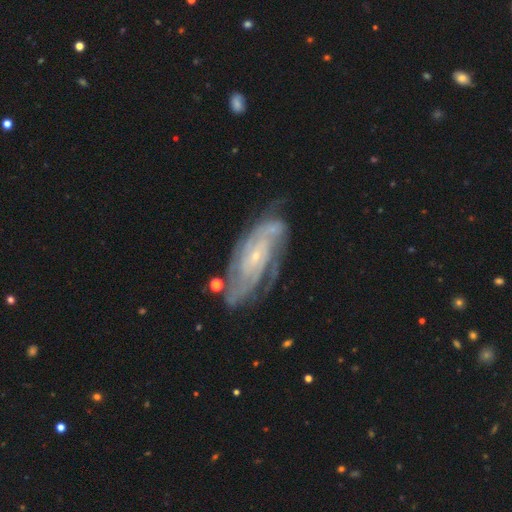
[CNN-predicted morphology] type=featured or disk (88%); edge-on=no (94%); bar=no (64%); spiral arms=yes (97%); winding=tight (68%); arm count=can't tell (26%); bulge=small (84%); merging=none (70%).